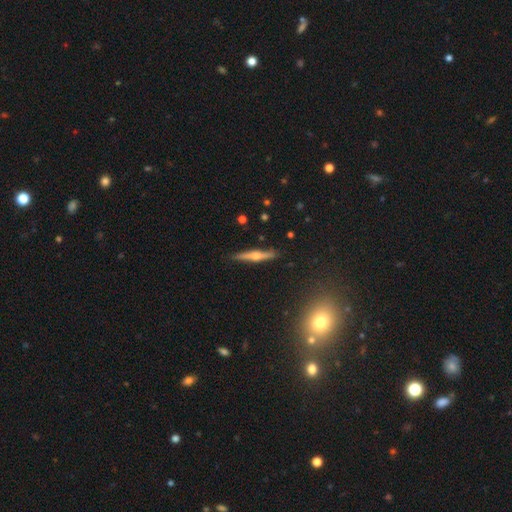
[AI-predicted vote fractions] This appears to be a featured or disk galaxy (68%) viewed edge-on (97%) with a rounded central bulge (91%). Merging: none (89%).